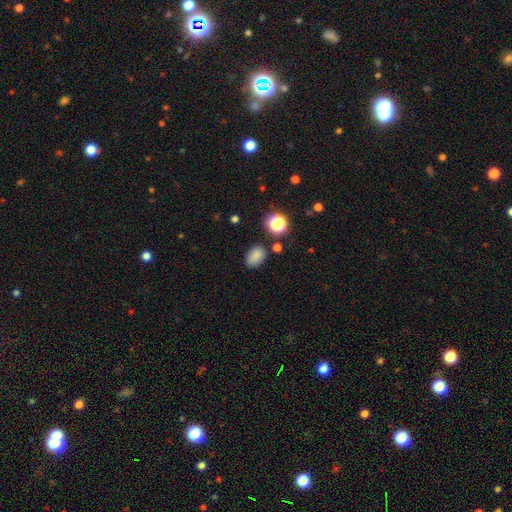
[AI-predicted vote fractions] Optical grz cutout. It shows a smooth galaxy with no disk features (81%) that is in between round and cigar-shaped (79%). Merging: none (77%).